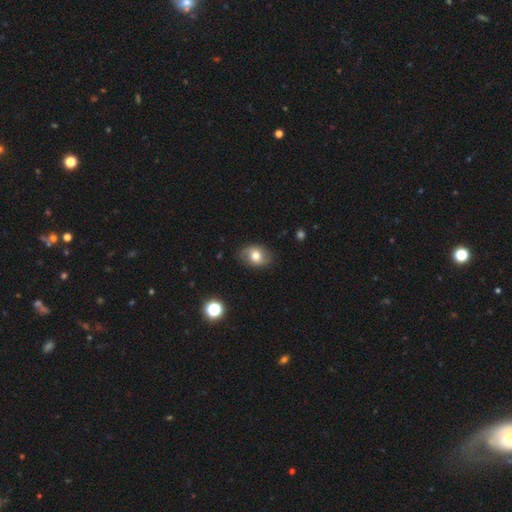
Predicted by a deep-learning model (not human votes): This is likely a smooth galaxy (68%). How rounded: likely in between (67%). Merging: clearly none (80%).